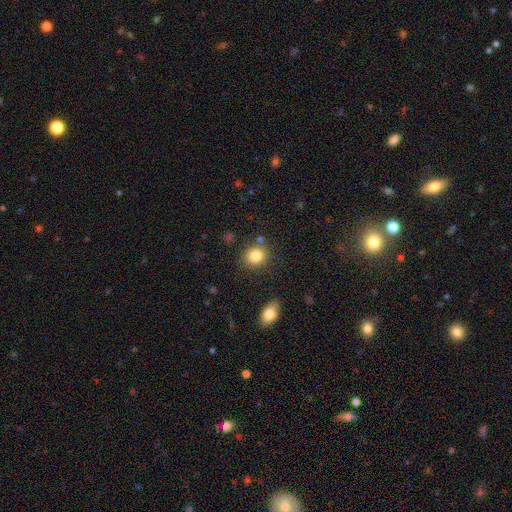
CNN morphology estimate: Smooth or featured?
  - smooth: 84% *
  - star or artifact: 9%
  - featured or disk: 6%
How rounded?
  - round: 76% *
  - in between: 23%
  - cigar-shaped: 1%
Merging?
  - none: 81% *
  - minor disturbance: 10%
  - merger: 6%
  - major disturbance: 3%